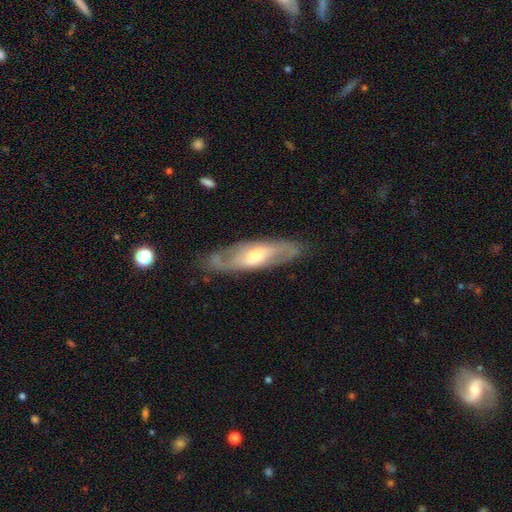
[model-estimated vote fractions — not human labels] featured or disk 70%, smooth 24%, star or artifact 5%. Down the decision tree: edge-on disk — no (75%); bar — weak (43%); spiral arms — yes (79%); bulge size — moderate (58%); merging — none (78%).